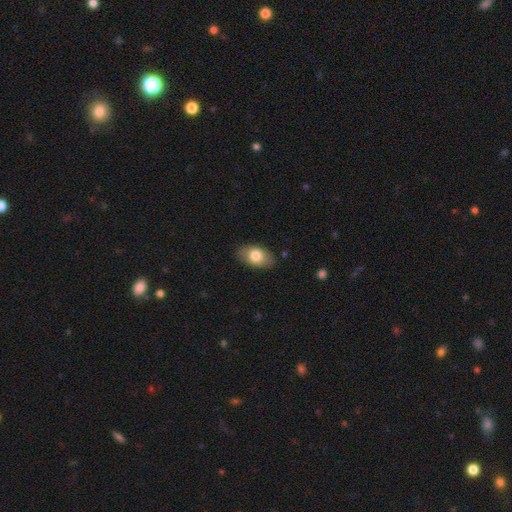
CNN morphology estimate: smooth_or_featured: smooth (p=0.75) [alt: featured or disk p=0.18]
how_rounded: in between (p=0.91) [alt: round p=0.07]
merging: none (p=0.83) [alt: minor disturbance p=0.13]